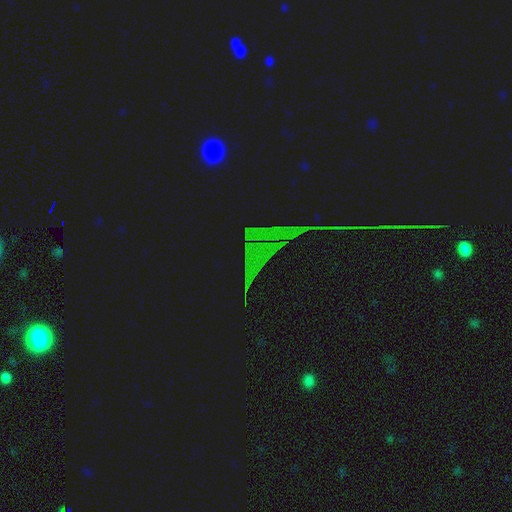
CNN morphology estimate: Q: Smooth or featured?
A: star or artifact (76%); runner-up: smooth (13%)